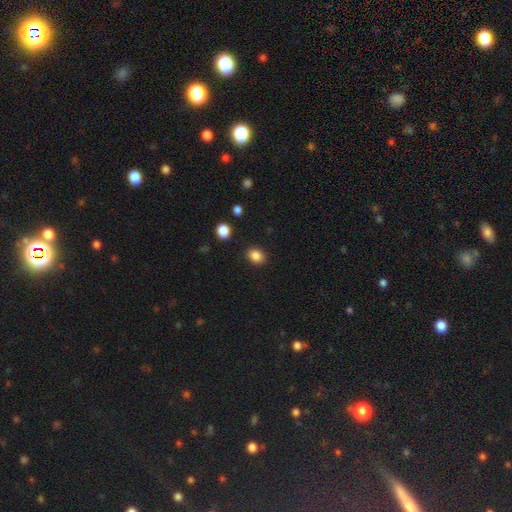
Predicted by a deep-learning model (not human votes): smooth 86%, star or artifact 10%, featured or disk 4%. Down the decision tree: how rounded — in between (50%); merging — none (88%).